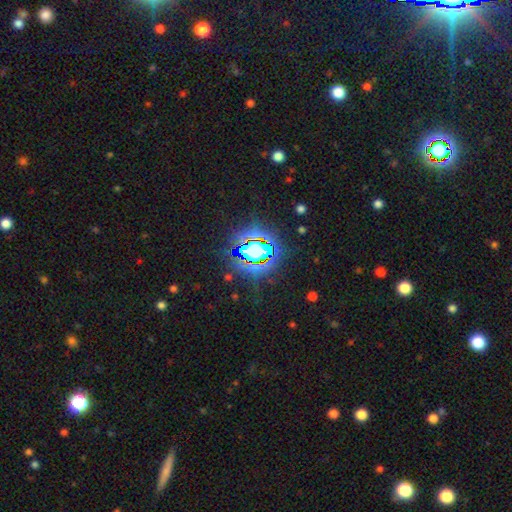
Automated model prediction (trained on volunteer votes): Overall: star or artifact (79%).